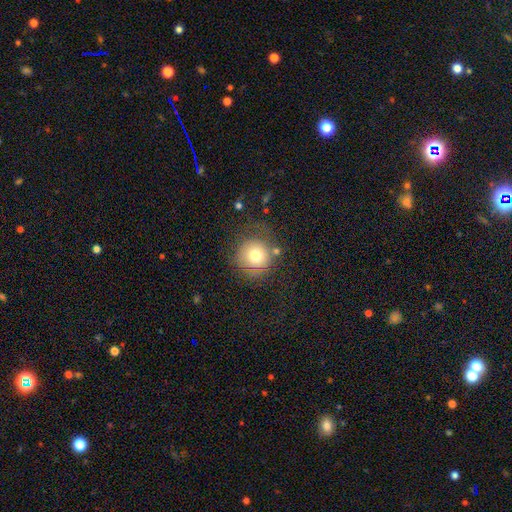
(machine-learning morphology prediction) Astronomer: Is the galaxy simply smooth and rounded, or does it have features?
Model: smooth — 70%.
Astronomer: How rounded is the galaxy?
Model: round — 91%.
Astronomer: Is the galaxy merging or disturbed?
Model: none — 63%.